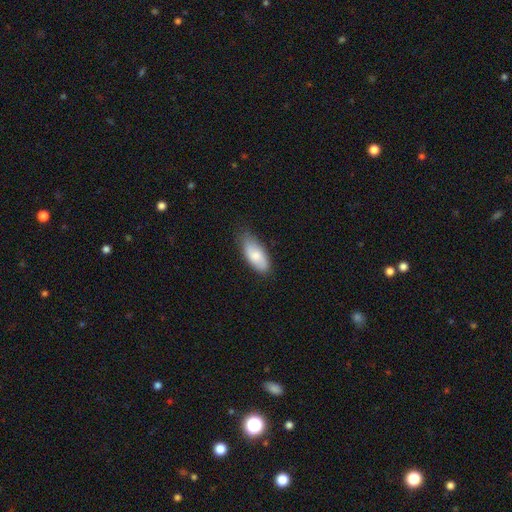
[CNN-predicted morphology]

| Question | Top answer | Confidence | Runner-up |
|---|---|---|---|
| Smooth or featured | smooth | 76% | featured or disk (18%) |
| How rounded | in between | 86% | cigar-shaped (11%) |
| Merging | none | 70% | minor disturbance (25%) |